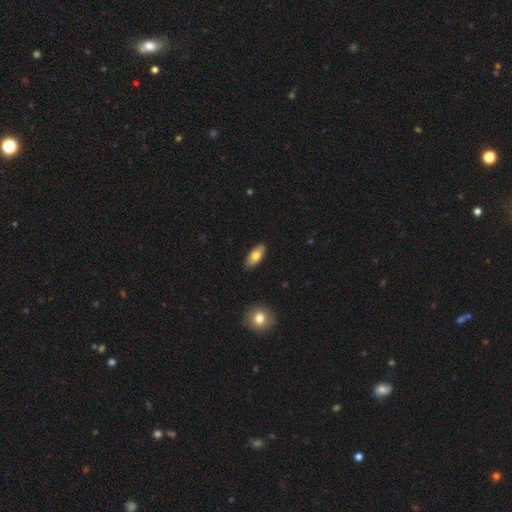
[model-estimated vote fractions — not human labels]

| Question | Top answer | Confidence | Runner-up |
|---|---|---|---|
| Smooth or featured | smooth | 75% | featured or disk (19%) |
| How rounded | in between | 84% | cigar-shaped (13%) |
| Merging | none | 87% | minor disturbance (10%) |